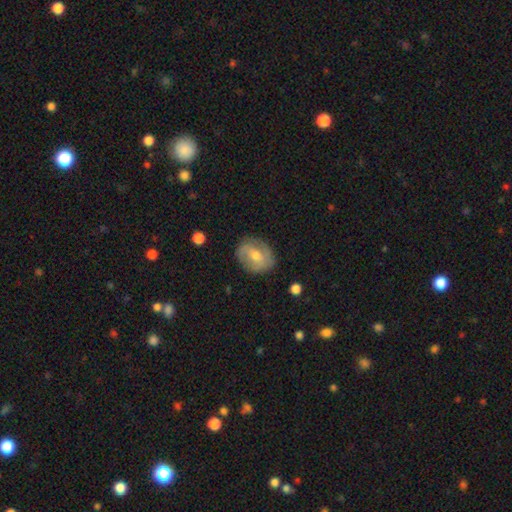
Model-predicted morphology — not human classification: This is possibly a featured or disk galaxy (57%). It is clearly not viewed edge-on (95%). Bar: marginally weak (43%). Spiral arm pattern: likely yes (74%). Central bulge: possibly moderate (58%). Merging: likely none (79%).